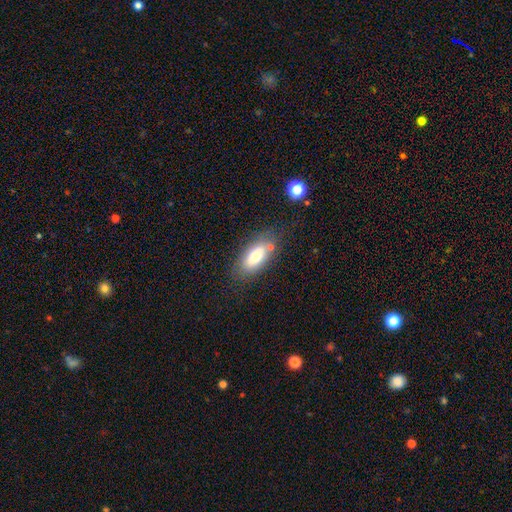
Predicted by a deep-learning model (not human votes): smooth-or-featured: smooth: 69% | featured or disk: 23% | star or artifact: 8%
  how-rounded: in between: 85% | cigar-shaped: 11% | round: 4%
  merging: none: 70% | minor disturbance: 16% | merger: 9% | major disturbance: 5%